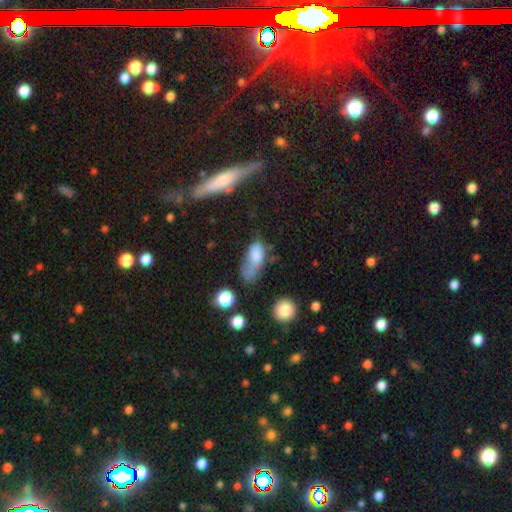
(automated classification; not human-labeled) smooth_or_featured: smooth (p=0.69) [alt: featured or disk p=0.19]
how_rounded: in between (p=0.84) [alt: cigar-shaped p=0.09]
merging: major disturbance (p=0.33) [alt: minor disturbance p=0.27]